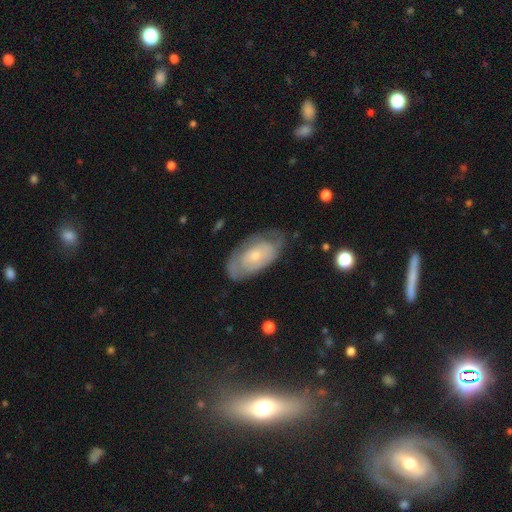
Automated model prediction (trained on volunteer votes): Smooth or featured: featured or disk — 54% (smooth — 40%)
Edge-on disk: no — 92% (yes — 8%)
Merging: none — 63% (minor disturbance — 26%)